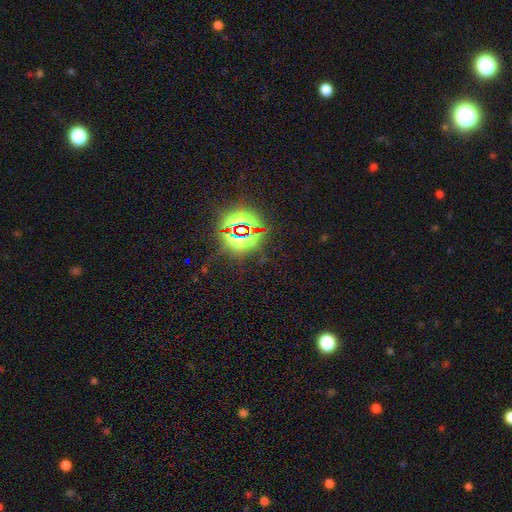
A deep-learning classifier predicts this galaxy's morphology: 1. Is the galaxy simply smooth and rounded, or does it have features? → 82% star or artifact, 11% smooth, 7% featured or disk.